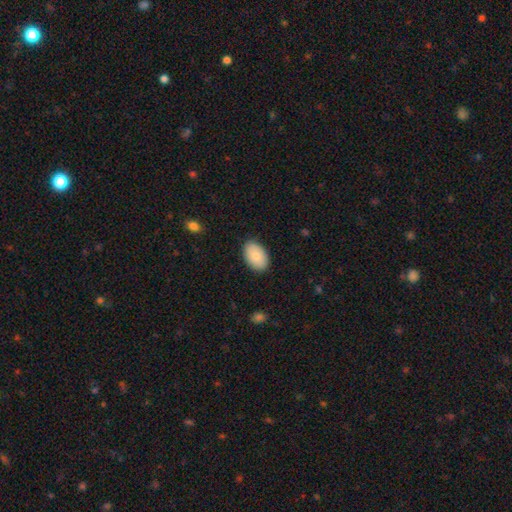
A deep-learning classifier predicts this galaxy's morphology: Overall: smooth (84%). How rounded: in between (92%). Merging: none (88%).